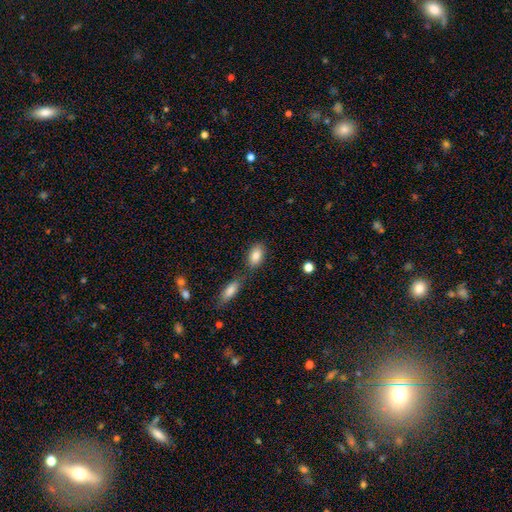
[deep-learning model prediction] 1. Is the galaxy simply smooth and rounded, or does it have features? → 85% smooth, 7% featured or disk, 7% star or artifact.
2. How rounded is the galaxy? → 89% in between, 7% round, 3% cigar-shaped.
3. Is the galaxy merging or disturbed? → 64% none, 19% merger, 13% minor disturbance, 4% major disturbance.